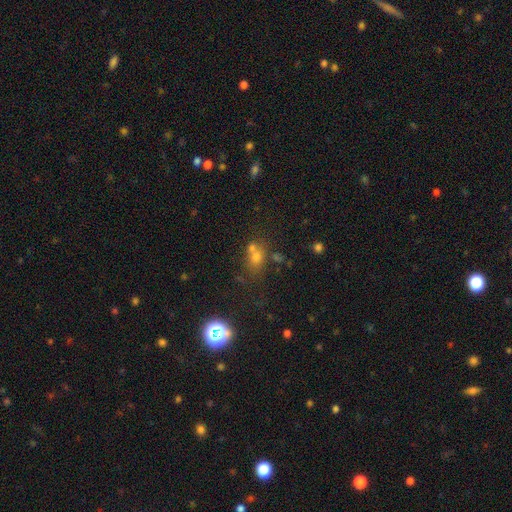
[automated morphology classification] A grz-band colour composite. It shows a smooth galaxy with no disk features (53%) that is round (65%). Merging: none (51%).